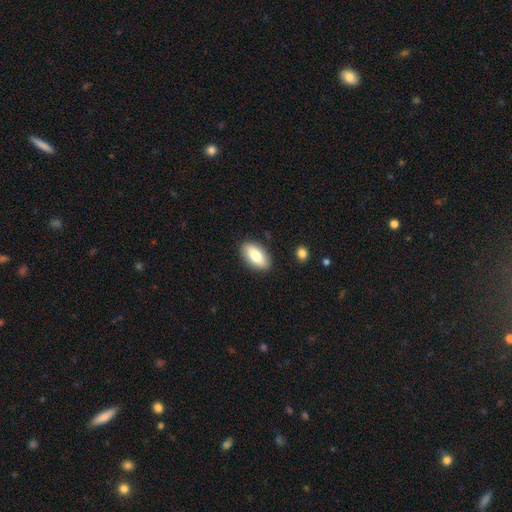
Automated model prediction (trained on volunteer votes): Smooth or featured? Predicted: smooth (p=0.78). How rounded? Predicted: in between (p=0.93). Merging? Predicted: none (p=0.87).